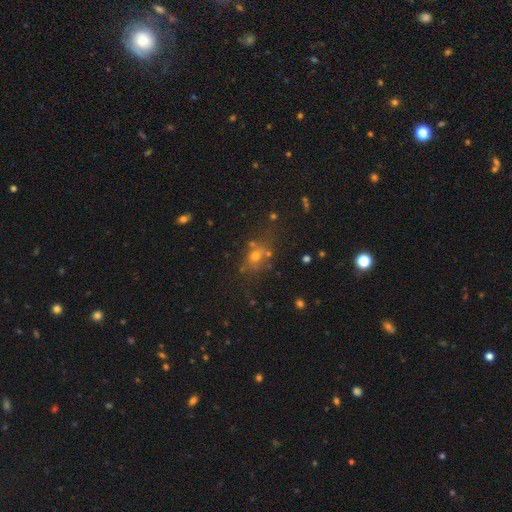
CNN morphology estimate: Smooth or featured: smooth — 51% (star or artifact — 30%)
How rounded: round — 54% (in between — 41%)
Merging: none — 61% (minor disturbance — 16%)